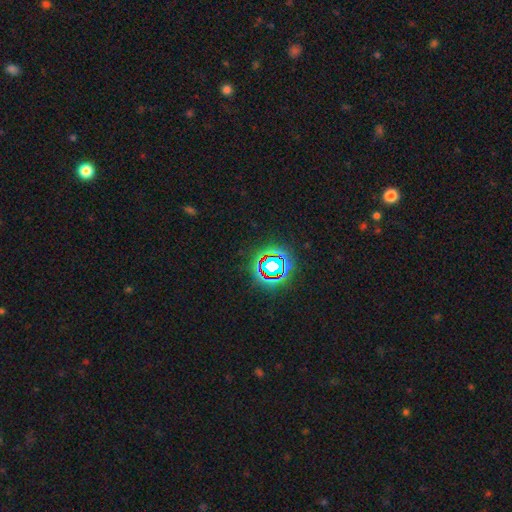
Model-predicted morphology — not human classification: A star or artifact, not a galaxy (80%).